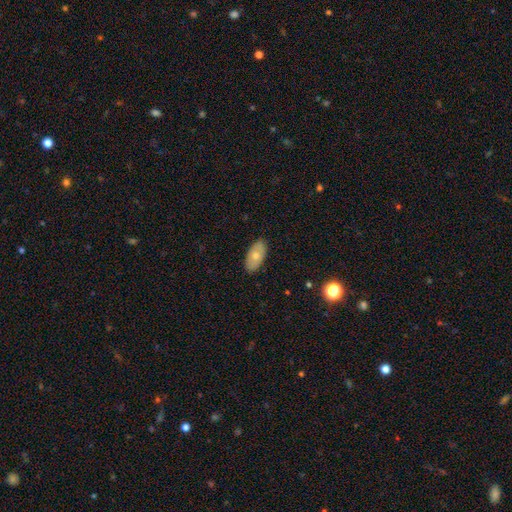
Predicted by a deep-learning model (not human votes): Smooth or featured: smooth — 68% (featured or disk — 26%)
How rounded: in between — 94% (cigar-shaped — 3%)
Merging: none — 88% (minor disturbance — 9%)